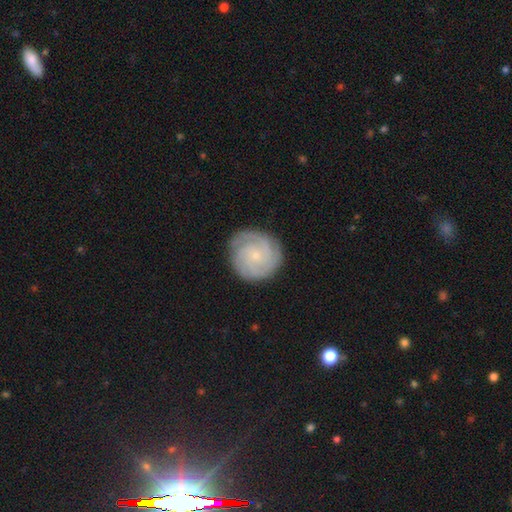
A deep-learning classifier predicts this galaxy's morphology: Smooth or featured? featured or disk (84%)
Edge-on disk? no (98%)
Bar? no (76%)
Spiral arms? yes (98%)
Spiral winding? tight (77%)
Spiral arm count? 3 (38%)
Bulge size? small (82%)
Merging? none (84%)